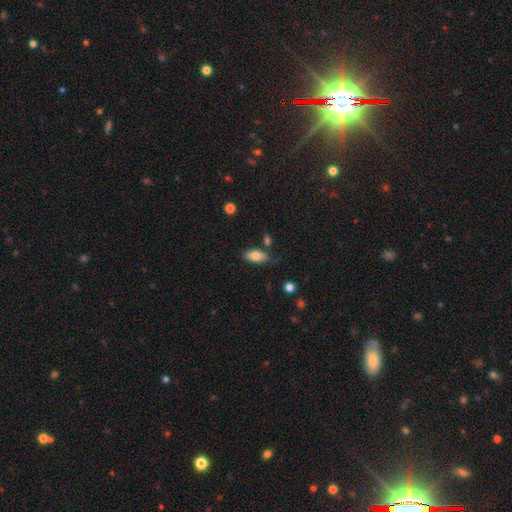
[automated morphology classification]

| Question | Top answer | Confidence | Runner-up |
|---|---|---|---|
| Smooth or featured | smooth | 79% | featured or disk (14%) |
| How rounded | in between | 91% | cigar-shaped (7%) |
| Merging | none | 76% | minor disturbance (15%) |